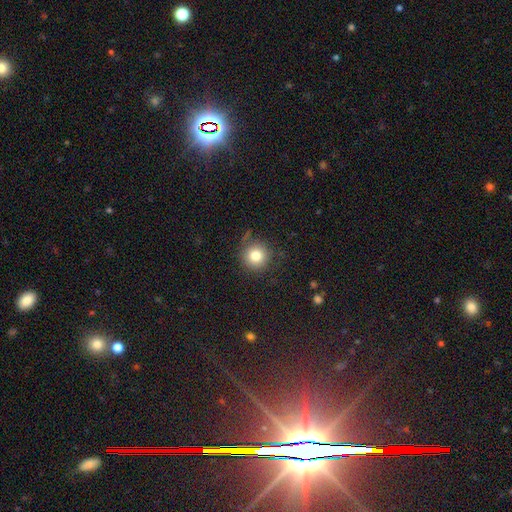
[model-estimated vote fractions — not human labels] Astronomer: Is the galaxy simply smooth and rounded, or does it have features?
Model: smooth — 80%.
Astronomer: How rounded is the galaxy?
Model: round — 94%.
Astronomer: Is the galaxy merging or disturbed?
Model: none — 82%.